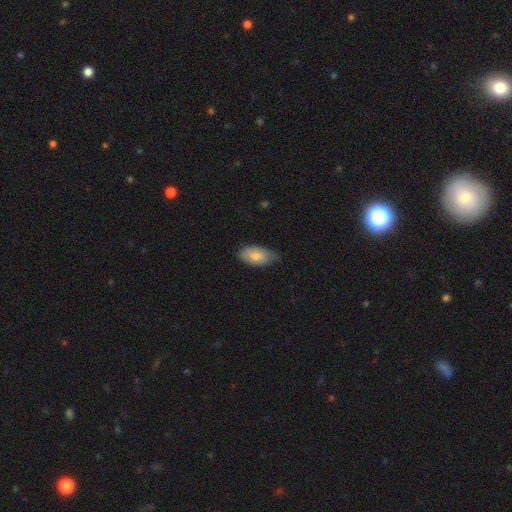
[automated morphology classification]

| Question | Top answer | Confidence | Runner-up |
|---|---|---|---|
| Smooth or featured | smooth | 78% | featured or disk (16%) |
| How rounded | in between | 94% | round (4%) |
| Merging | none | 59% | minor disturbance (34%) |